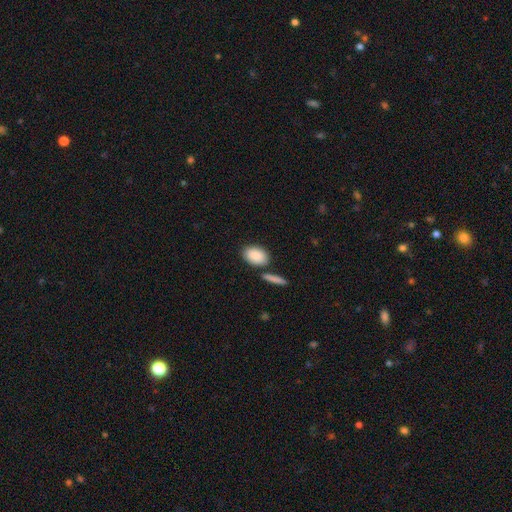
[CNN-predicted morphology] smooth 89%, star or artifact 6%, featured or disk 5%. Down the decision tree: how rounded — in between (89%); merging — none (75%).